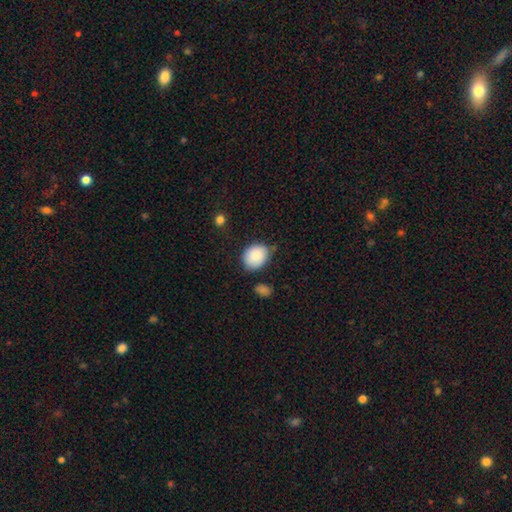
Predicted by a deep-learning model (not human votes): A smooth galaxy with no disk features (88%) that is round (52%). Merging: none (66%).